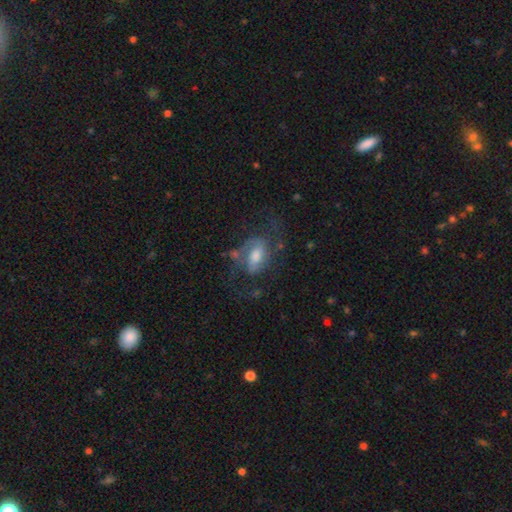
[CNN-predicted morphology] Smooth or featured? Predicted: featured or disk (p=0.71). Edge-on disk? Predicted: no (p=0.96). Bar? Predicted: weak (p=0.45). Spiral arms? Predicted: yes (p=0.87). Spiral winding? Predicted: medium (p=0.49). Spiral arm count? Predicted: 2 (p=0.74). Bulge size? Predicted: moderate (p=0.55). Merging? Predicted: none (p=0.52).